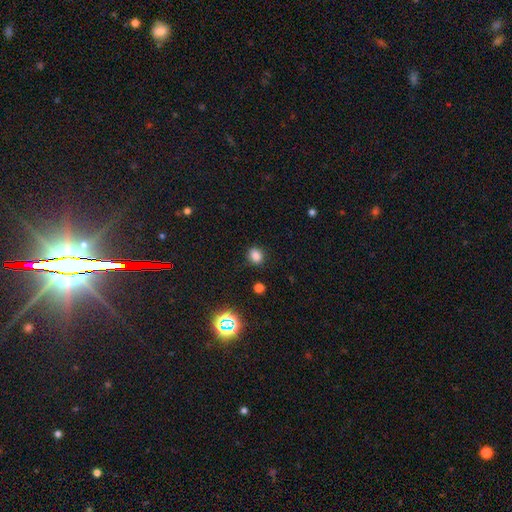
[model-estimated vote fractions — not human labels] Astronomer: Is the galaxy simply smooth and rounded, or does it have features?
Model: smooth — 81%.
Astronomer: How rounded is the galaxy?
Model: round — 57% (runner-up: in between, 42%).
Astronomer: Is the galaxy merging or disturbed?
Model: none — 86%.